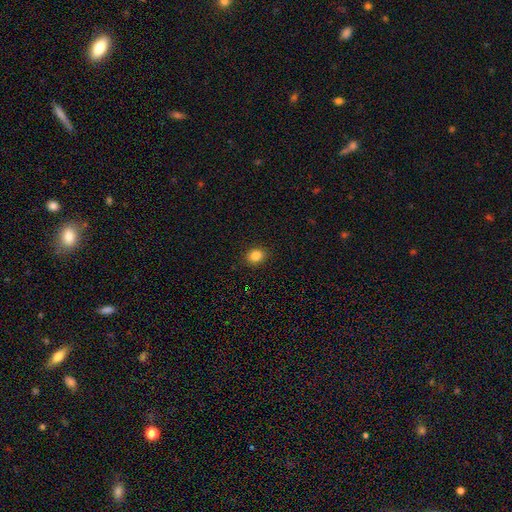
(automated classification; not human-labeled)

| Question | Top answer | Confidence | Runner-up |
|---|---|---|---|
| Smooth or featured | smooth | 84% | star or artifact (11%) |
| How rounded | round | 54% | in between (45%) |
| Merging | none | 91% | minor disturbance (7%) |